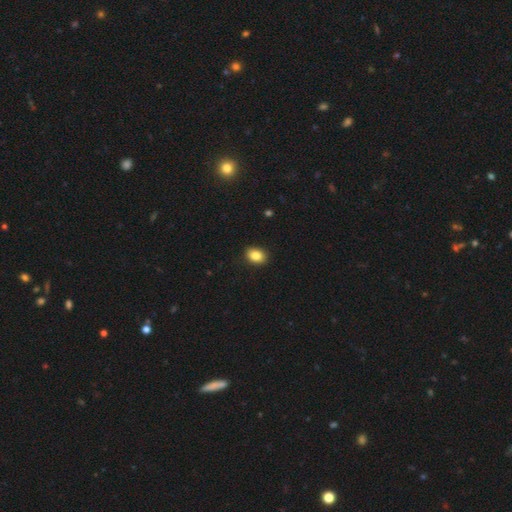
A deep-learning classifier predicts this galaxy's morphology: Smooth or featured? smooth (85%)
How rounded? in between (66%)
Merging? none (90%)